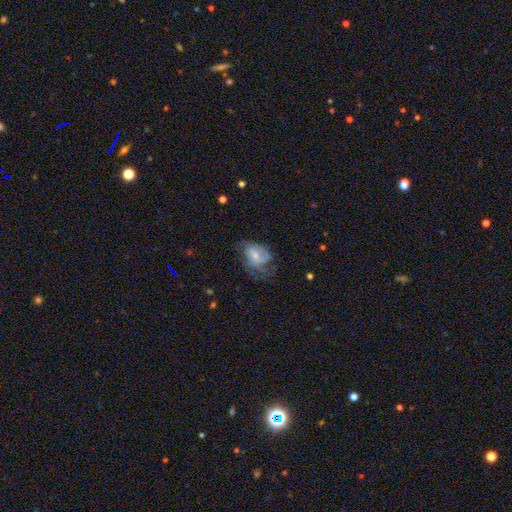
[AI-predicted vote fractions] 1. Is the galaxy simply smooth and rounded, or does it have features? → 48% featured or disk, 44% smooth, 8% star or artifact.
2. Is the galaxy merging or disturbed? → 37% none, 32% major disturbance, 30% minor disturbance, 2% merger.